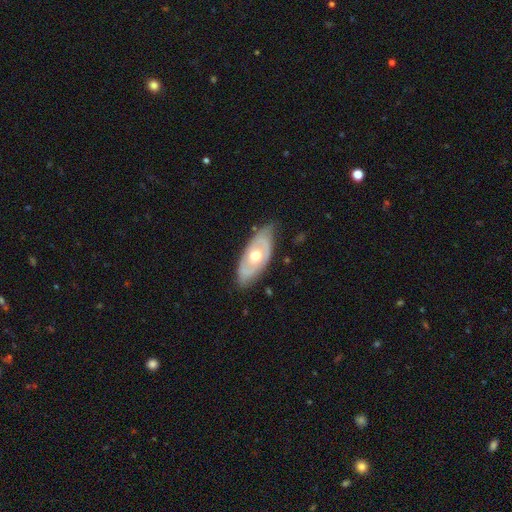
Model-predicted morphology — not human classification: featured or disk 67%, smooth 28%, star or artifact 5%. Down the decision tree: edge-on disk — no (85%); bar — no (86%); spiral arms — no (56%); bulge size — moderate (77%); merging — none (75%).